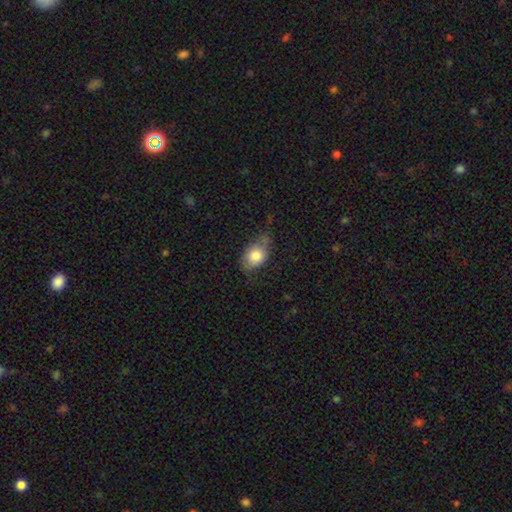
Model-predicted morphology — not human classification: smooth_or_featured: smooth (p=0.76) [alt: featured or disk p=0.16]
how_rounded: in between (p=0.76) [alt: round p=0.22]
merging: none (p=0.47) [alt: minor disturbance p=0.38]